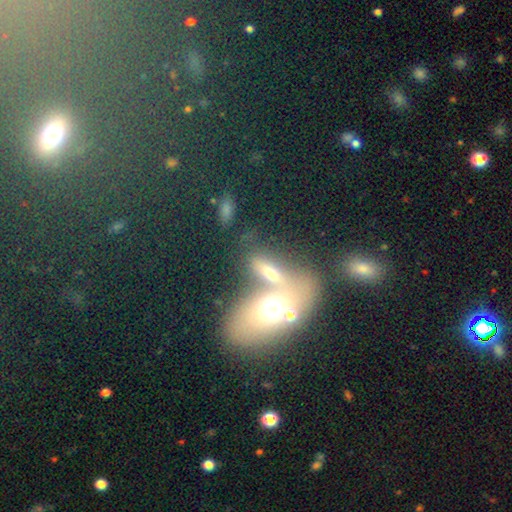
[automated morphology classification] smooth-or-featured: smooth: 56% | featured or disk: 28% | star or artifact: 17%
  how-rounded: in between: 73% | cigar-shaped: 14% | round: 14%
  merging: merger: 46% | none: 35% | minor disturbance: 10% | major disturbance: 9%